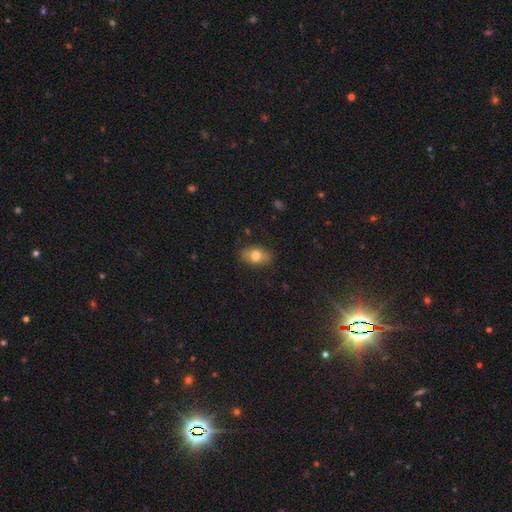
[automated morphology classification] Q: Smooth or featured?
A: smooth (74%); runner-up: featured or disk (17%)
Q: How rounded?
A: in between (84%); runner-up: round (13%)
Q: Merging?
A: none (83%); runner-up: minor disturbance (13%)